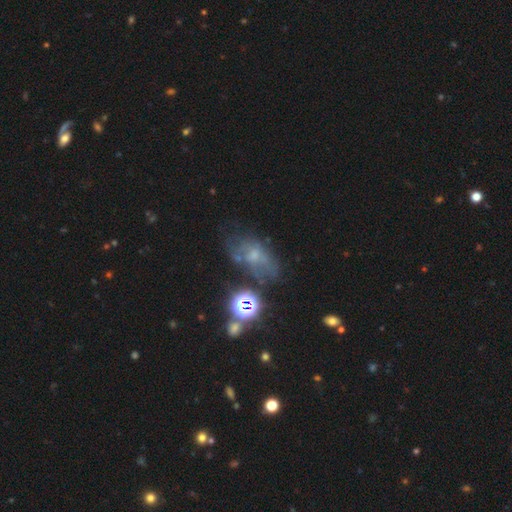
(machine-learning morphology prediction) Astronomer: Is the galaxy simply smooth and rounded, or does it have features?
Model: featured or disk — 42% (runner-up: smooth, 33%).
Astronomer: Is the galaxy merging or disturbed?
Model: none — 47% (runner-up: minor disturbance, 24%).